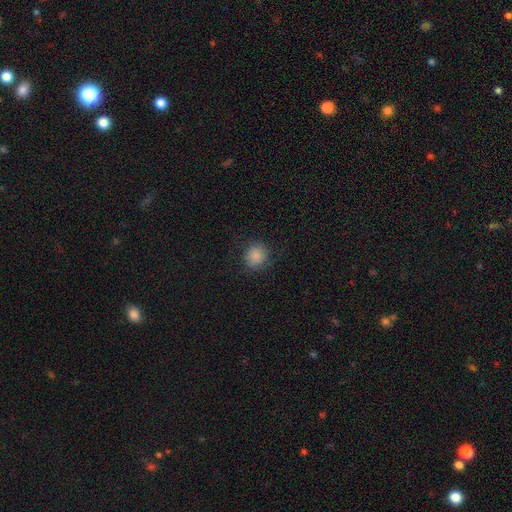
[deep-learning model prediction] Morphology: type=smooth (84%); roundness=round (86%); merging=none (79%).